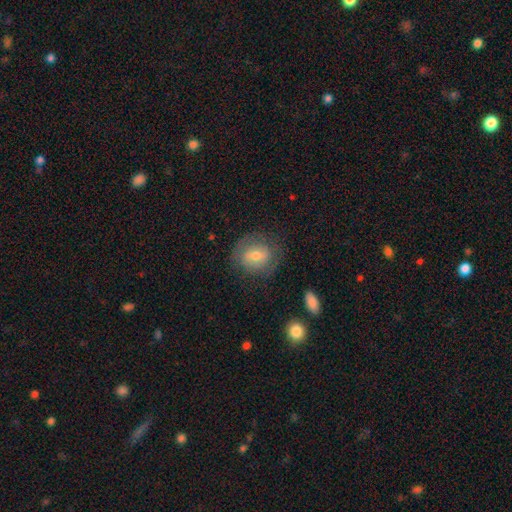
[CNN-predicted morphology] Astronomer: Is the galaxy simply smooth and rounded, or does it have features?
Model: smooth — 47% (runner-up: featured or disk, 45%).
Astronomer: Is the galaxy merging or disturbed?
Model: none — 74%.